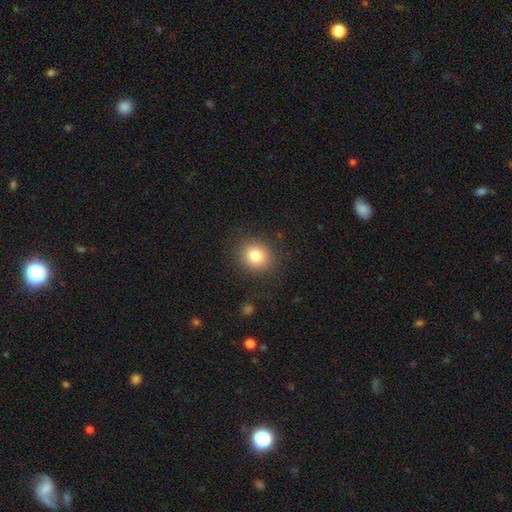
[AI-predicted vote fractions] This is likely a smooth galaxy (80%). How rounded: clearly round (83%). Merging: clearly none (88%).